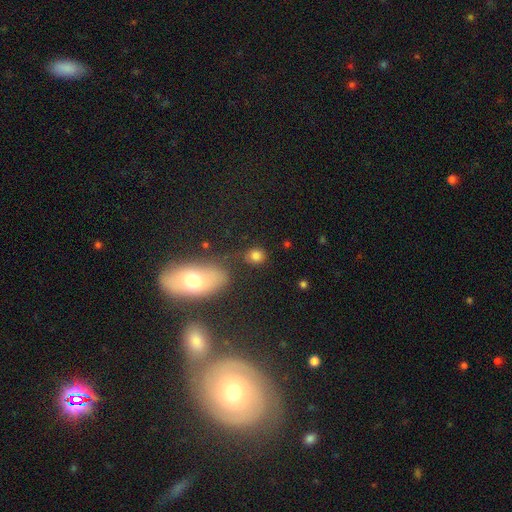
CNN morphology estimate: Smooth or featured? smooth (80%)
How rounded? round (72%)
Merging? none (73%)